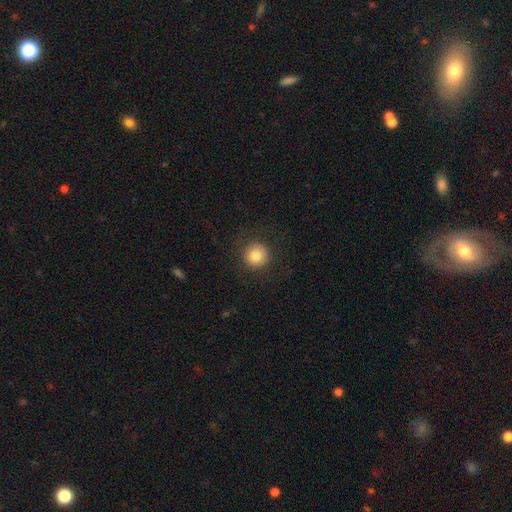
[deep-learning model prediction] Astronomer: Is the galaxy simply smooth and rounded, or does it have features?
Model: smooth — 84%.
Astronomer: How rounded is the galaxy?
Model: round — 95%.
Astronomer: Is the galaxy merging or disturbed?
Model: none — 89%.